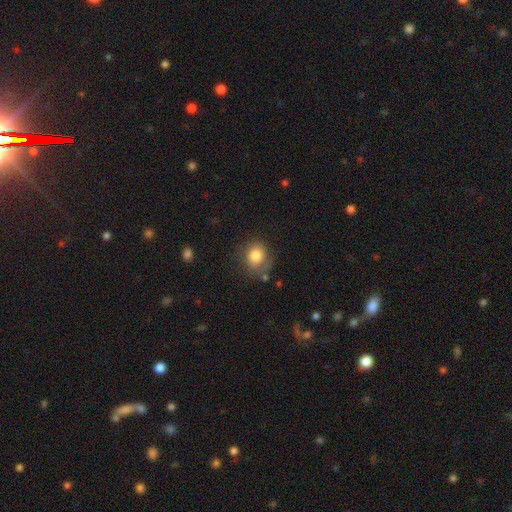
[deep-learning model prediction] Smooth or featured?
  - smooth: 77% *
  - featured or disk: 14%
  - star or artifact: 9%
How rounded?
  - round: 74% *
  - in between: 25%
  - cigar-shaped: 1%
Merging?
  - none: 65% *
  - minor disturbance: 21%
  - major disturbance: 10%
  - merger: 4%